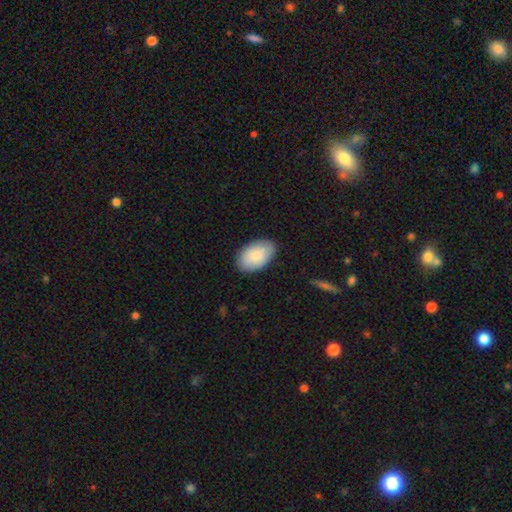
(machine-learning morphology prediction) A smooth galaxy with no disk features (87%) that is in between round and cigar-shaped (93%). Merging: none (86%).